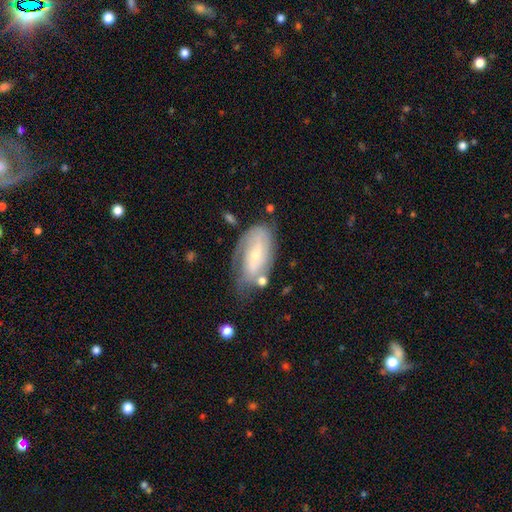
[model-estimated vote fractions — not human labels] Q: Smooth or featured?
A: featured or disk (72%); runner-up: smooth (22%)
Q: Edge-on disk?
A: no (93%); runner-up: yes (7%)
Q: Bar?
A: weak (42%); runner-up: no (37%)
Q: Spiral arms?
A: yes (87%); runner-up: no (13%)
Q: Spiral winding?
A: tight (51%); runner-up: medium (35%)
Q: Spiral arm count?
A: 2 (46%); runner-up: can't tell (33%)
Q: Bulge size?
A: small (65%); runner-up: moderate (30%)
Q: Merging?
A: none (55%); runner-up: minor disturbance (25%)